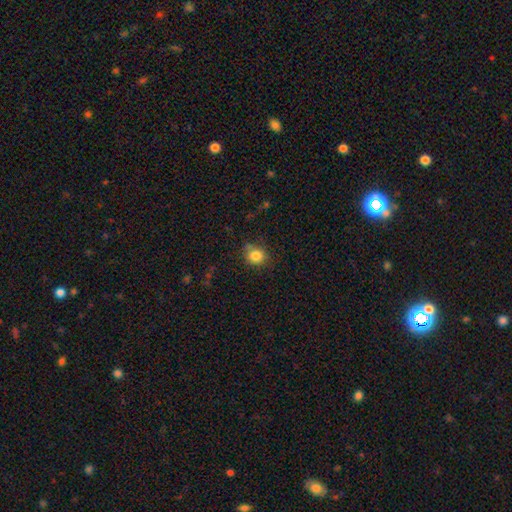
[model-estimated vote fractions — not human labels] A smooth galaxy with no disk features (83%) that is round (80%).

Vote fractions:
- Smooth or featured? smooth: 83% / star or artifact: 11% / featured or disk: 6%
- How rounded? round: 80% / in between: 19% / cigar-shaped: 1%
- Merging? none: 74% / minor disturbance: 18% / major disturbance: 4% / merger: 4%